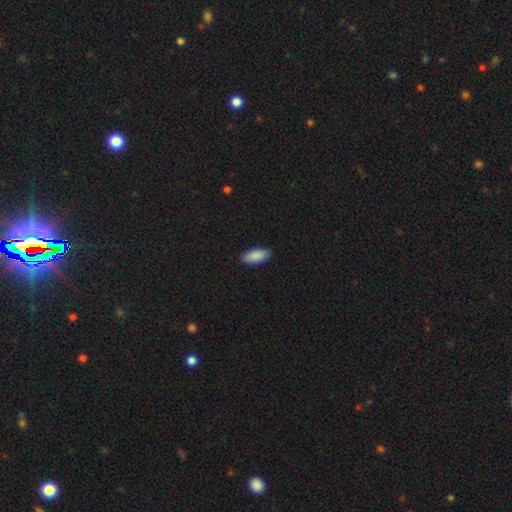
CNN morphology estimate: smooth_or_featured: smooth (p=0.90) [alt: star or artifact p=0.06]
how_rounded: in between (p=0.89) [alt: cigar-shaped p=0.09]
merging: none (p=0.89) [alt: minor disturbance p=0.09]